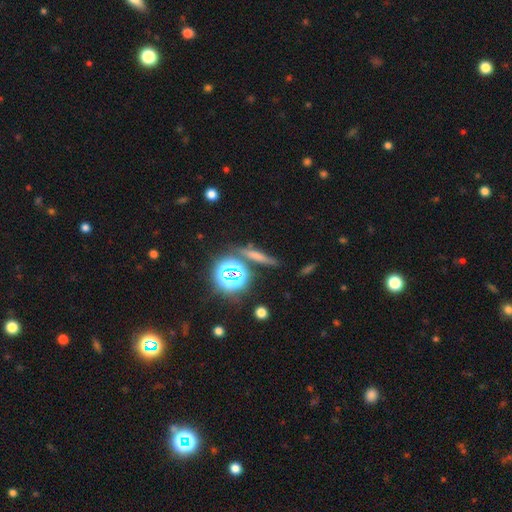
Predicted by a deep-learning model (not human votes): This appears to be a smooth galaxy with no disk features (53%) that is cigar-shaped (72%). Merging: none (76%).